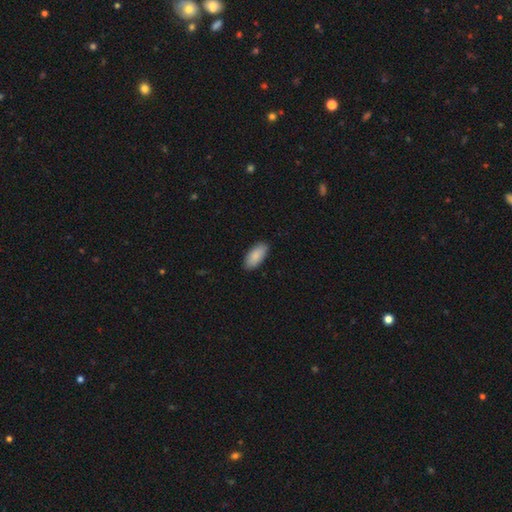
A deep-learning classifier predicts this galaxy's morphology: This appears to be a smooth galaxy with no disk features (89%) that is in between round and cigar-shaped (91%). Merging: none (89%).